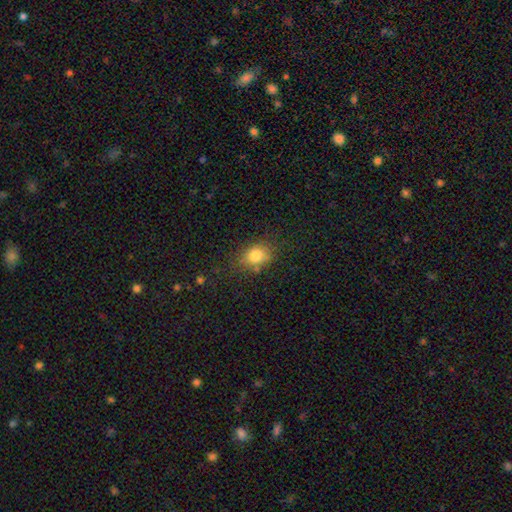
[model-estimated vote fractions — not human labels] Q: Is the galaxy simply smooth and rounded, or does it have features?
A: smooth — 81%.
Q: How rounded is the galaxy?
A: in between — 57%.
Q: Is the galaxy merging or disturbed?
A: none — 70%.